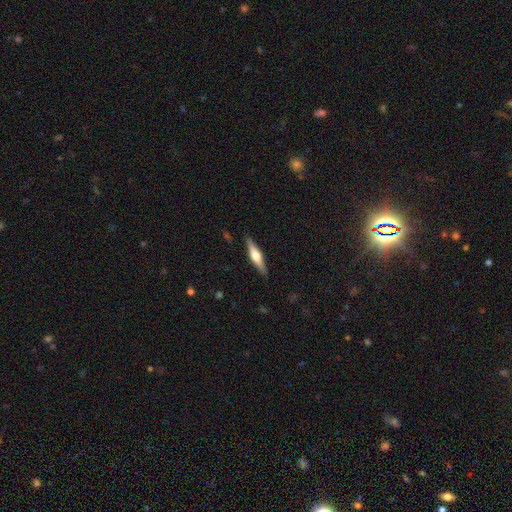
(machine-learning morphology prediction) This is likely a featured or disk galaxy (68%). It is clearly viewed edge-on (98%). Edge-on bulge: clearly rounded (91%). Merging: clearly none (90%).